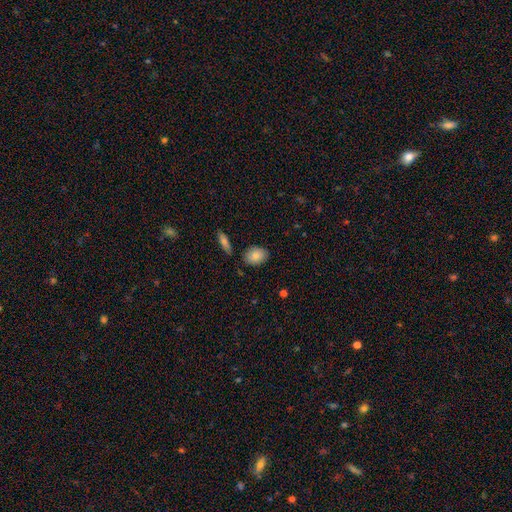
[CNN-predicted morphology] The model was most divided on "how rounded": in between: 78%, round: 20%, cigar-shaped: 2%. More confident: smooth or featured — smooth (83%); merging — none (81%).